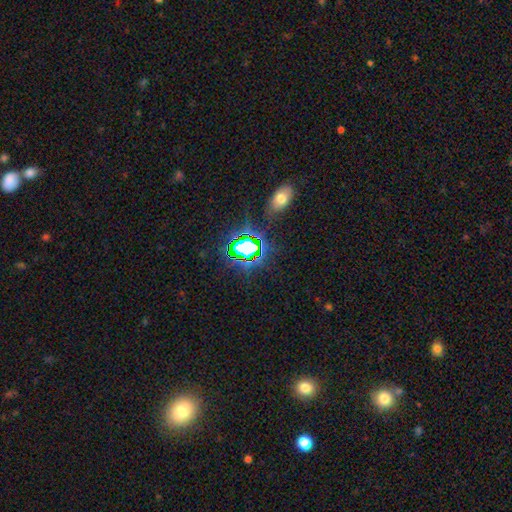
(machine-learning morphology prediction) This is likely a star or artifact rather than a galaxy (71%).